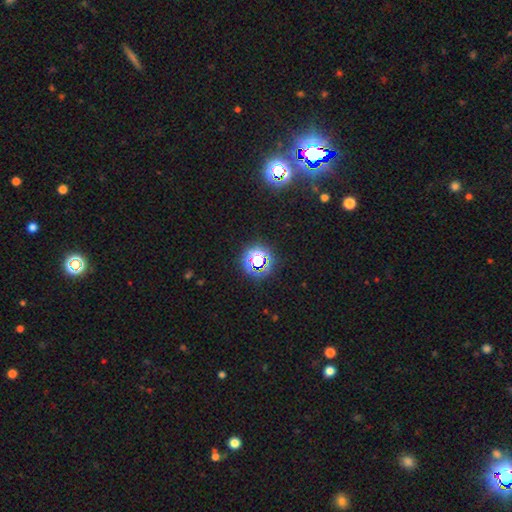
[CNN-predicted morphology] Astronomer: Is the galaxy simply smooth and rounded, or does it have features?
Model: star or artifact — 69%.